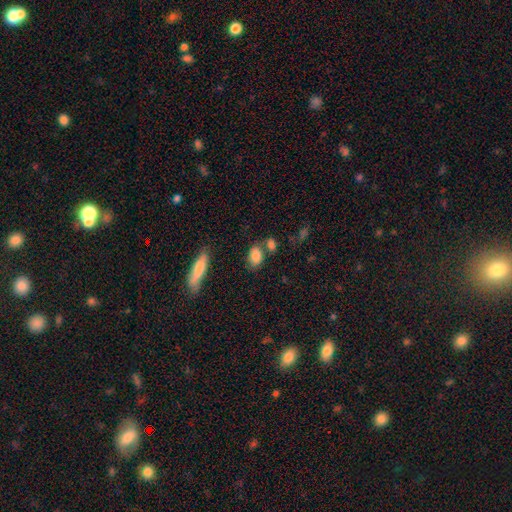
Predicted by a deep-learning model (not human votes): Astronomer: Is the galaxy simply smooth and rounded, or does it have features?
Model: smooth — 84%.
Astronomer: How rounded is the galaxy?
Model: in between — 85%.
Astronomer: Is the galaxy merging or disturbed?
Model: none — 63%.